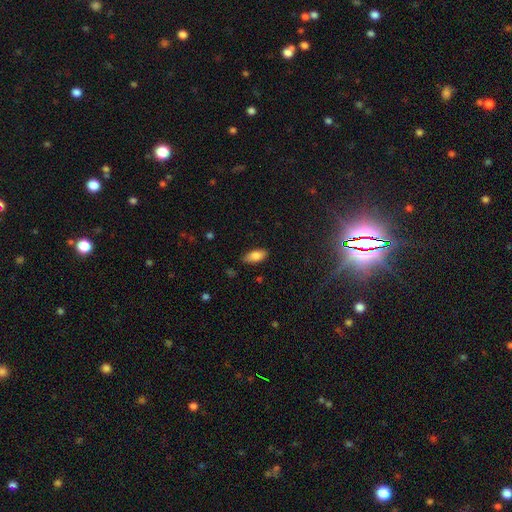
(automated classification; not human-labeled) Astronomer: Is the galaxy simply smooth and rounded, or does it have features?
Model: smooth — 84%.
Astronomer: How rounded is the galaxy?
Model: in between — 88%.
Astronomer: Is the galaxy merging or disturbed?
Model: none — 83%.